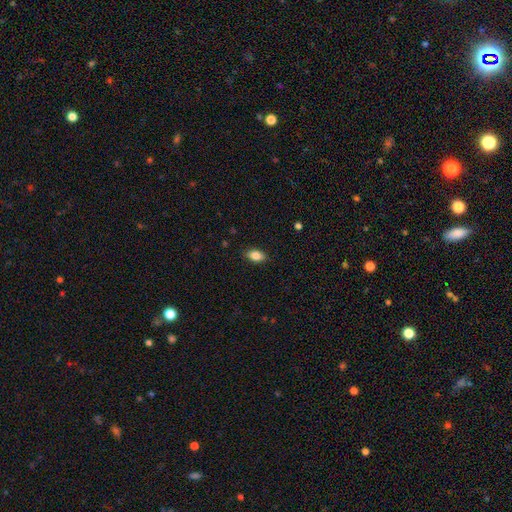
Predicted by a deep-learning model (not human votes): A smooth galaxy with no disk features (84%) that is in between round and cigar-shaped (88%).

Vote fractions:
- Smooth or featured? smooth: 84% / star or artifact: 8% / featured or disk: 8%
- How rounded? in between: 88% / round: 9% / cigar-shaped: 3%
- Merging? none: 88% / minor disturbance: 9% / major disturbance: 2% / merger: 1%